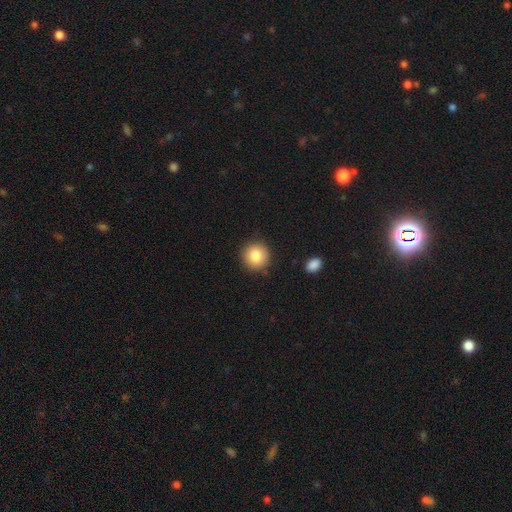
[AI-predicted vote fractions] The model was most divided on "smooth or featured": smooth: 84%, star or artifact: 9%, featured or disk: 7%. More confident: how rounded — round (92%); merging — none (88%).